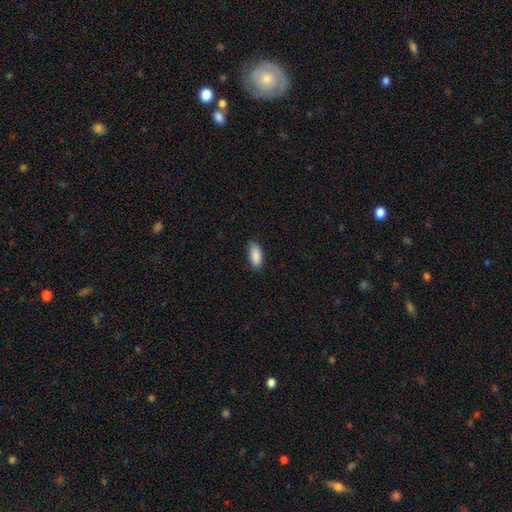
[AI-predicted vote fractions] This appears to be a smooth galaxy with no disk features (88%) that is in between round and cigar-shaped (88%). Merging: none (79%).